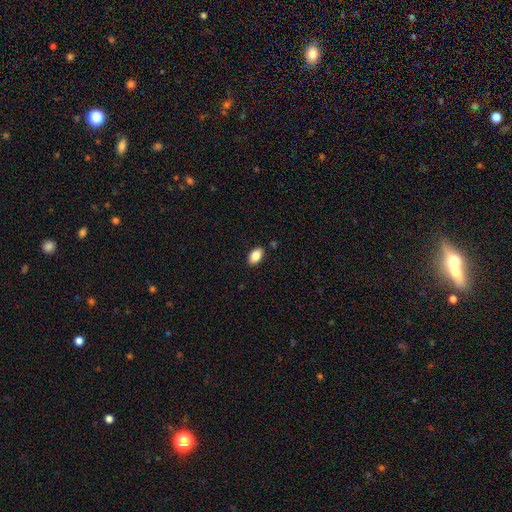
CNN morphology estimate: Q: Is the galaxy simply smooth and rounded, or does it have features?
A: smooth — 86%.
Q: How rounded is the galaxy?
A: in between — 92%.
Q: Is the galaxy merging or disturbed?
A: none — 87%.